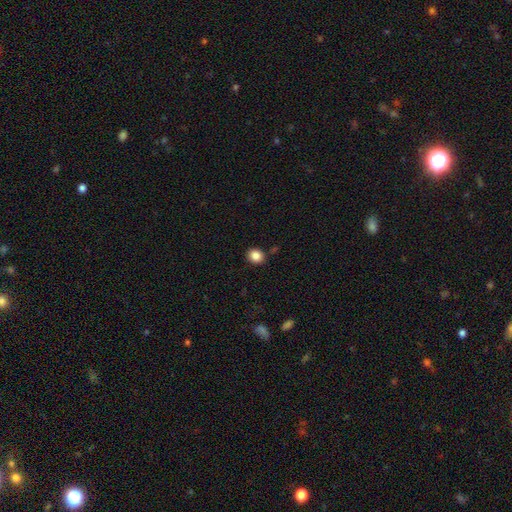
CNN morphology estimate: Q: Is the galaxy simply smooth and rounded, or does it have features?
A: smooth — 86%.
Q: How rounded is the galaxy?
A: round — 71%.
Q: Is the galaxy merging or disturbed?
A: none — 87%.